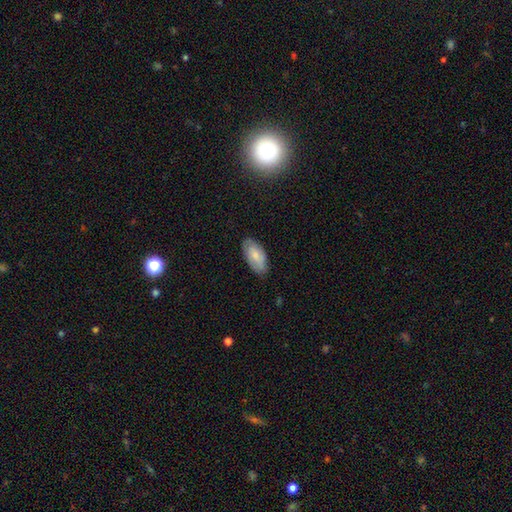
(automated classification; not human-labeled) This appears to be a smooth galaxy with no disk features (72%) that is in between round and cigar-shaped (93%). Merging: none (80%).